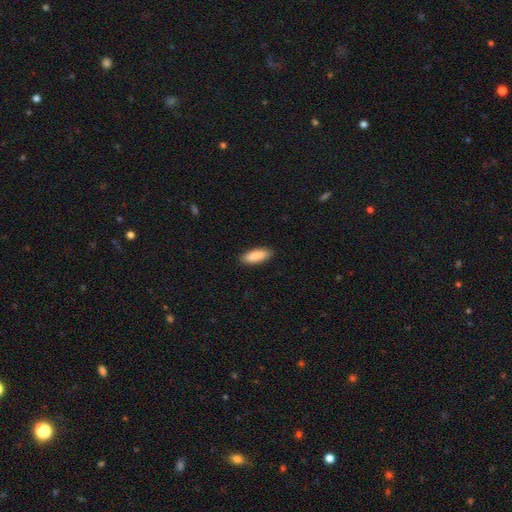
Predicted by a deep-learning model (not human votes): A smooth galaxy with no disk features (89%) that is in between round and cigar-shaped (64%).

Vote fractions:
- Smooth or featured? smooth: 89% / star or artifact: 6% / featured or disk: 5%
- How rounded? in between: 64% / cigar-shaped: 34% / round: 2%
- Merging? none: 89% / minor disturbance: 8% / major disturbance: 2% / merger: 1%